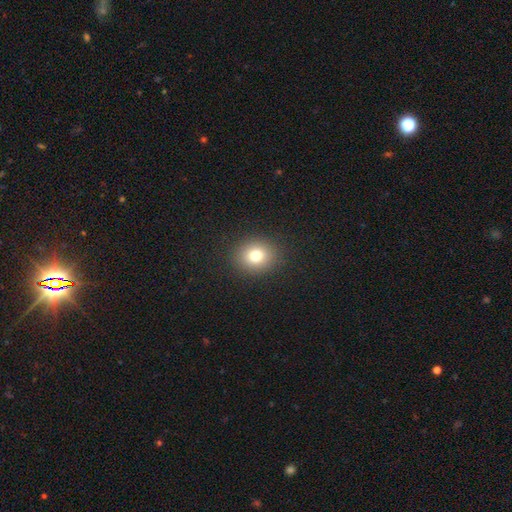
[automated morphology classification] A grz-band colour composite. It shows a smooth galaxy with no disk features (78%) that is round (73%). Merging: none (90%).